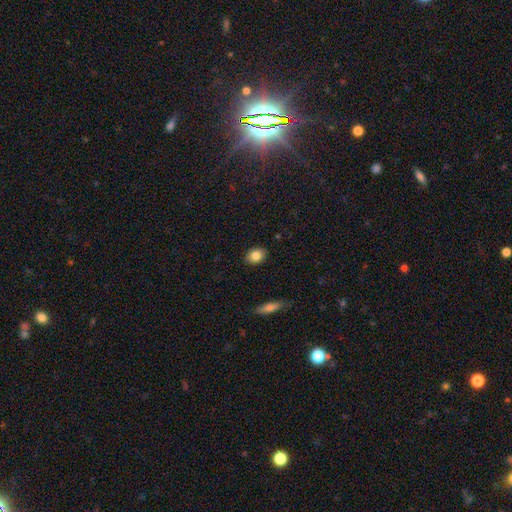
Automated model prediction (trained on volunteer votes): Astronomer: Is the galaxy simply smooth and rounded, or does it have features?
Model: smooth — 83%.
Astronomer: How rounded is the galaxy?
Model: in between — 72%.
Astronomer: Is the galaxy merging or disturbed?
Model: none — 88%.